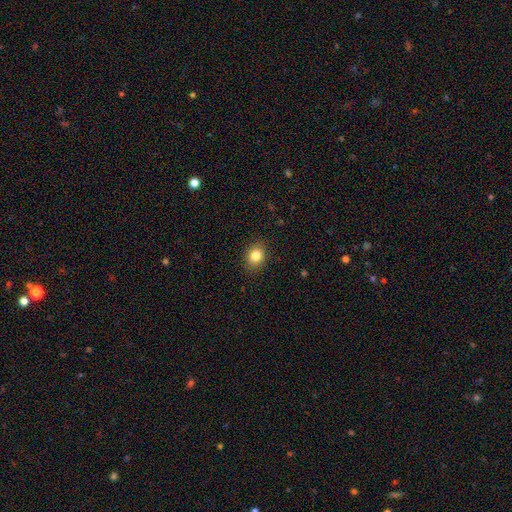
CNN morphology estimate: type=smooth (83%); roundness=round (56%); merging=none (88%).